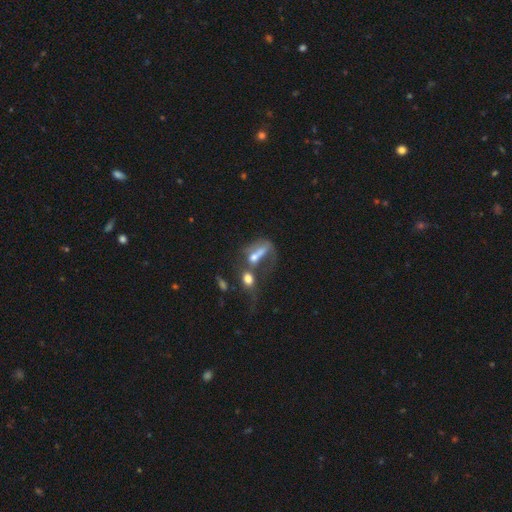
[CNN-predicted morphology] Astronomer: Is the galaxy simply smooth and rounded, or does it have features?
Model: smooth — 51% (runner-up: featured or disk, 37%).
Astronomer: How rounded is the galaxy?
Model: in between — 59%.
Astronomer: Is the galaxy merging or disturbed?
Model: merger — 55%.